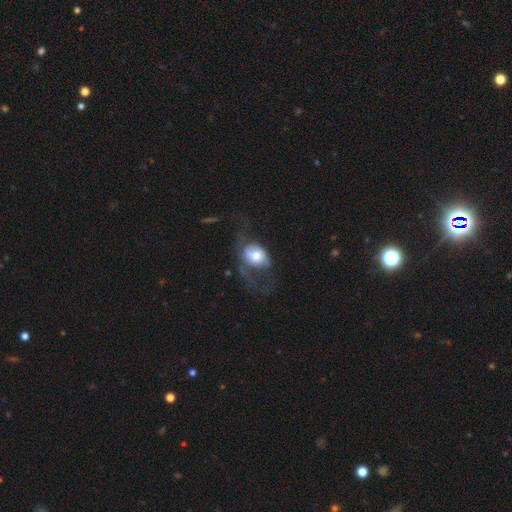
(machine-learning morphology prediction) Smooth or featured?
  - smooth: 52% *
  - featured or disk: 41%
  - star or artifact: 7%
How rounded?
  - in between: 63% *
  - round: 36%
  - cigar-shaped: 1%
Merging?
  - major disturbance: 54% *
  - none: 24%
  - minor disturbance: 18%
  - merger: 4%